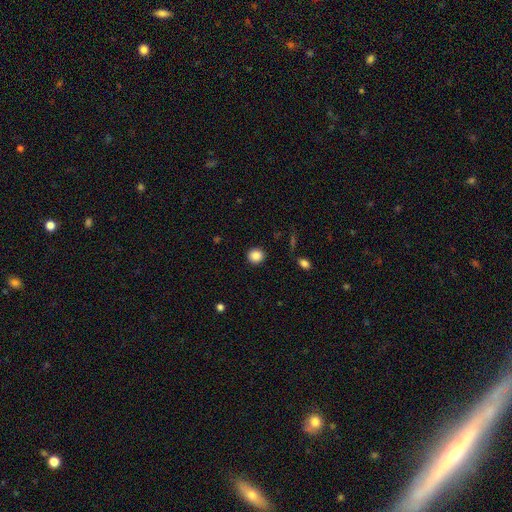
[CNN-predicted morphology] Q: Smooth or featured?
A: smooth (87%); runner-up: star or artifact (9%)
Q: How rounded?
A: round (88%); runner-up: in between (11%)
Q: Merging?
A: none (91%); runner-up: minor disturbance (6%)